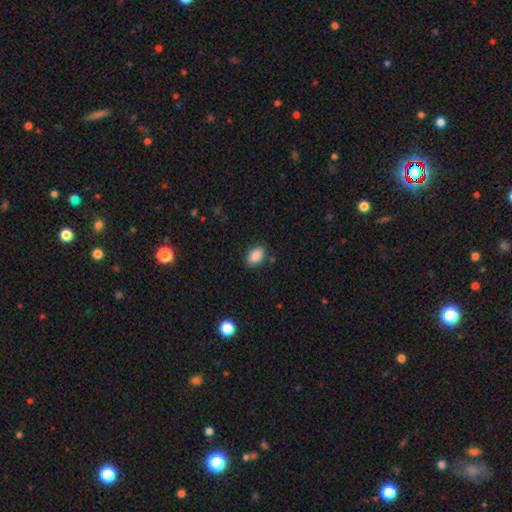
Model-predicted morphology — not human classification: Smooth or featured? smooth (88%)
How rounded? in between (88%)
Merging? none (85%)